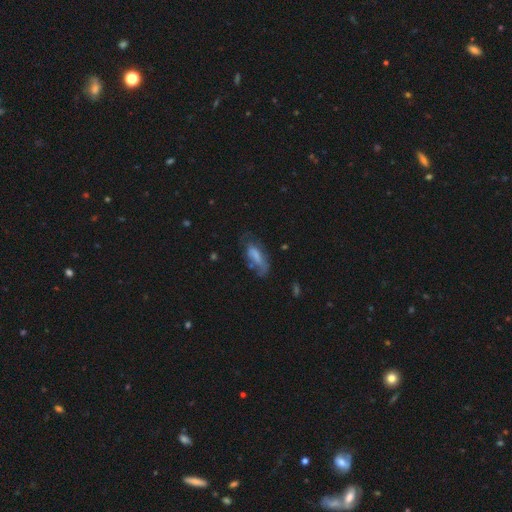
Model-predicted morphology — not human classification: The model was most divided on "merging": none: 36%, major disturbance: 30%, minor disturbance: 29%, merger: 5%. More confident: how rounded — in between (72%); smooth or featured — smooth (56%).